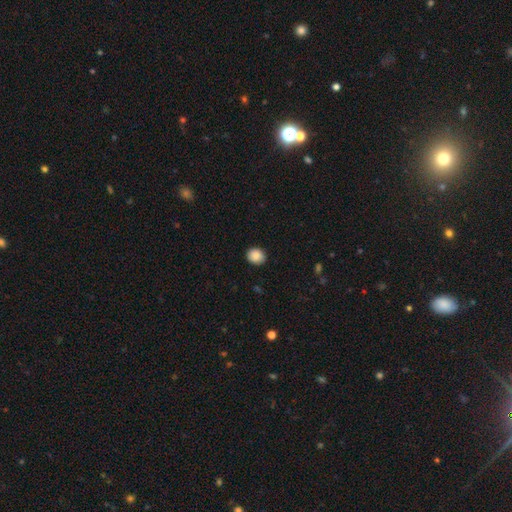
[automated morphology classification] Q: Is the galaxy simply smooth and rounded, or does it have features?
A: smooth — 89%.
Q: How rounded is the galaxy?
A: round — 68%.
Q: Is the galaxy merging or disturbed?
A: none — 90%.